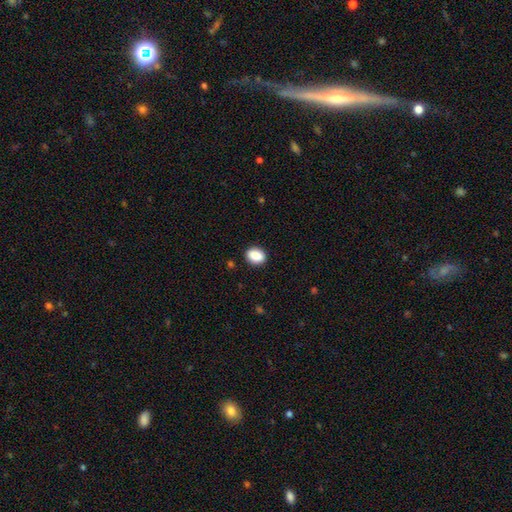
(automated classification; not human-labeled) Morphology: type=smooth (89%); roundness=in between (67%); merging=none (89%).